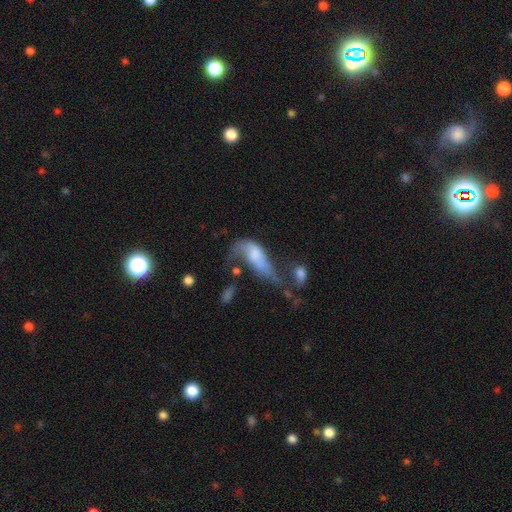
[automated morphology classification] smooth-or-featured: smooth: 50% | featured or disk: 41% | star or artifact: 9%
  merging: major disturbance: 47% | merger: 26% | minor disturbance: 14% | none: 14%